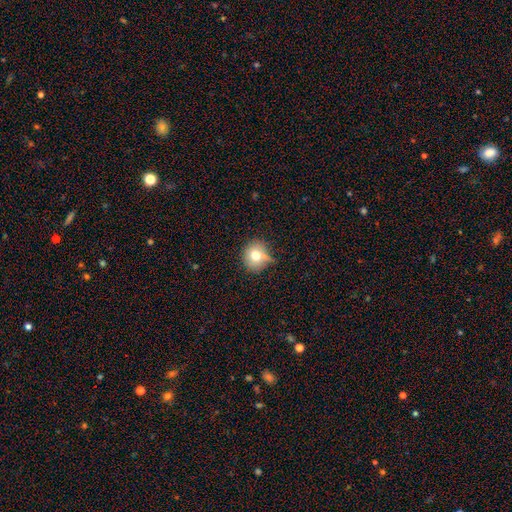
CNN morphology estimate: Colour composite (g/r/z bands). It shows a smooth galaxy with no disk features (72%) that is round (83%). Merging: none (57%).